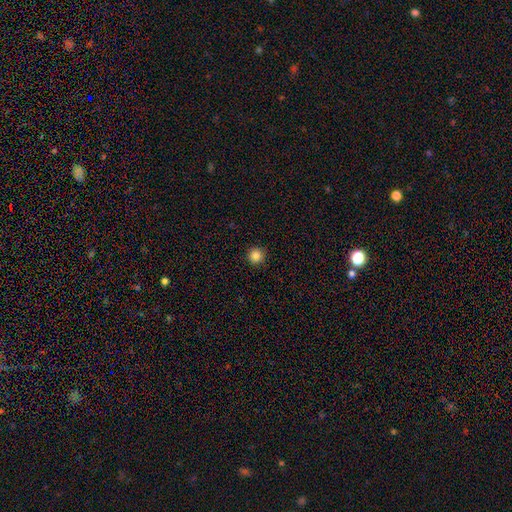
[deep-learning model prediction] smooth_or_featured: smooth (p=0.84) [alt: star or artifact p=0.12]
how_rounded: round (p=0.96) [alt: in between p=0.03]
merging: none (p=0.93) [alt: minor disturbance p=0.05]